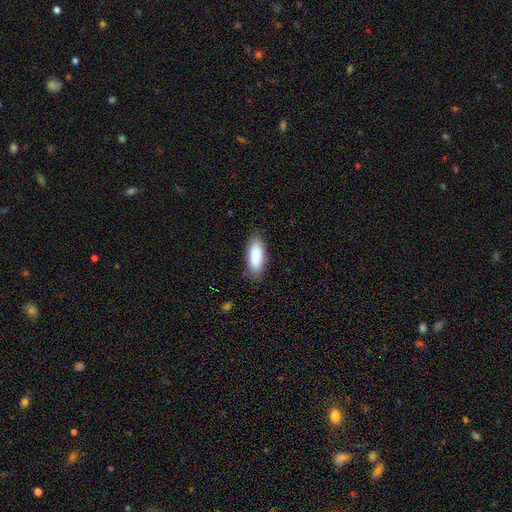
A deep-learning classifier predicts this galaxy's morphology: smooth-or-featured: smooth: 86% | featured or disk: 9% | star or artifact: 6%
  how-rounded: in between: 79% | cigar-shaped: 20% | round: 2%
  merging: none: 85% | minor disturbance: 11% | major disturbance: 2% | merger: 1%